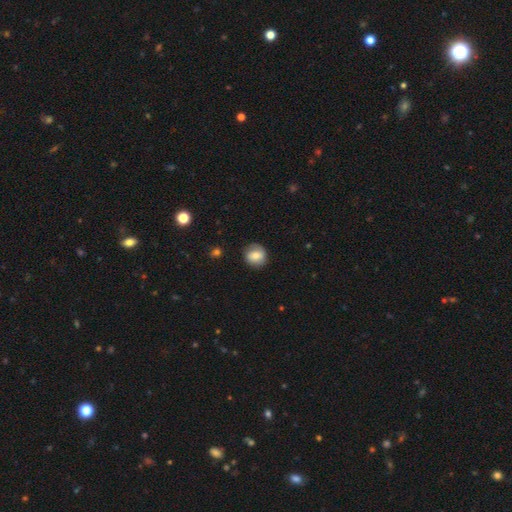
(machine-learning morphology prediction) Smooth or featured?
  - smooth: 70% *
  - featured or disk: 21%
  - star or artifact: 9%
How rounded?
  - round: 82% *
  - in between: 17%
  - cigar-shaped: 1%
Merging?
  - none: 79% *
  - minor disturbance: 15%
  - major disturbance: 4%
  - merger: 1%